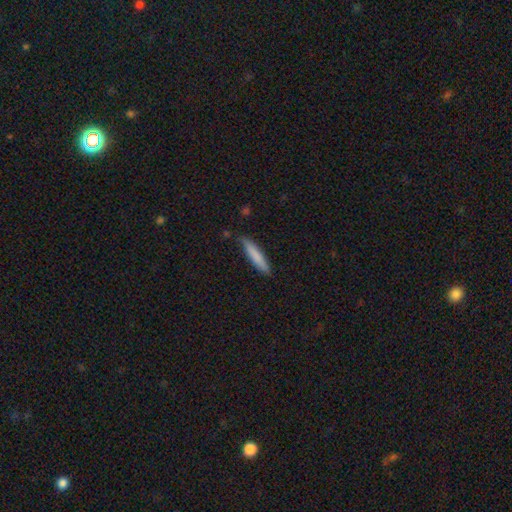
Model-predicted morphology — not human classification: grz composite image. It shows a smooth galaxy with no disk features (80%) that is cigar-shaped (89%). Merging: none (80%).